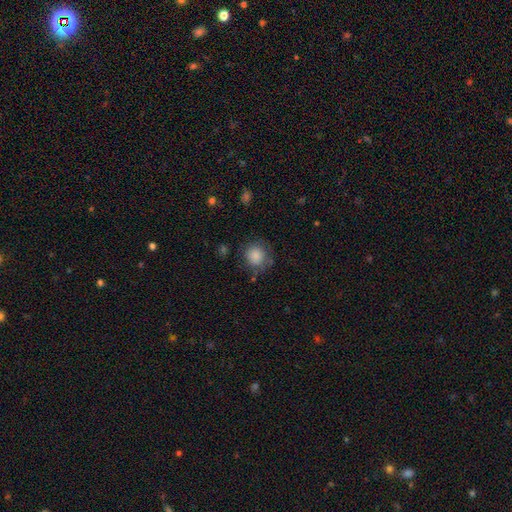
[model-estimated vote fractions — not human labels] smooth_or_featured: smooth (p=0.86) [alt: star or artifact p=0.09]
how_rounded: round (p=0.88) [alt: in between p=0.11]
merging: none (p=0.75) [alt: minor disturbance p=0.16]